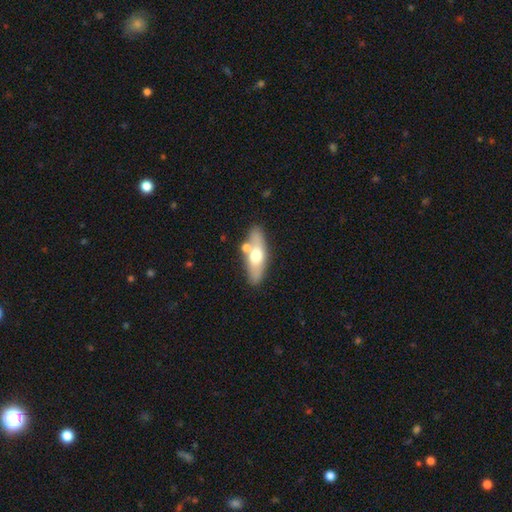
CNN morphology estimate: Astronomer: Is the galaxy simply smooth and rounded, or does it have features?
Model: smooth — 54% (runner-up: featured or disk, 40%).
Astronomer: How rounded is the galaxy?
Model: in between — 57% (runner-up: cigar-shaped, 40%).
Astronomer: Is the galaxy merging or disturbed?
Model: none — 73%.